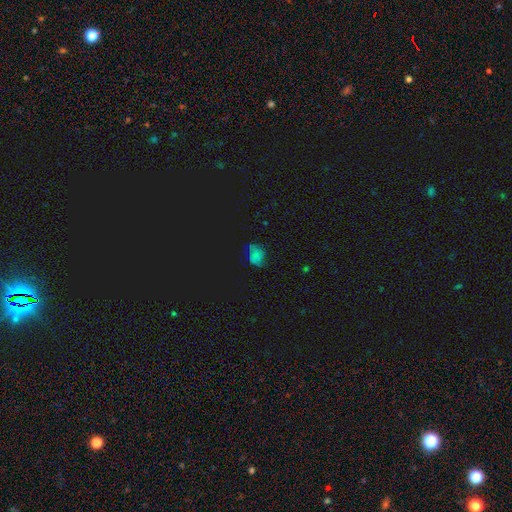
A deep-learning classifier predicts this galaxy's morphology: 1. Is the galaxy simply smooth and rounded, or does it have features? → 44% smooth, 39% star or artifact, 18% featured or disk.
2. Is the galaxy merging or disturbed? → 61% none, 27% minor disturbance, 10% major disturbance, 3% merger.